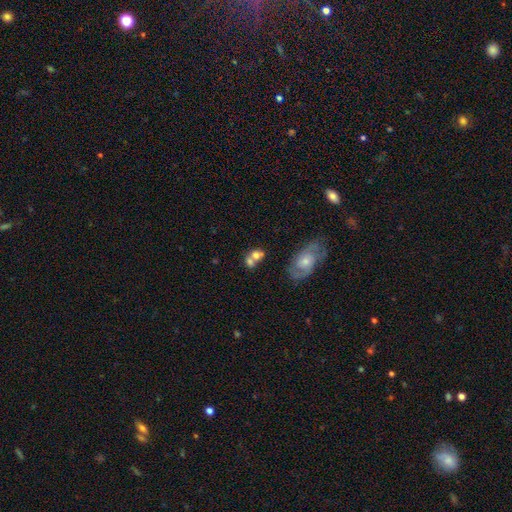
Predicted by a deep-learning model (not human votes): Q: Smooth or featured?
A: smooth (64%); runner-up: featured or disk (26%)
Q: How rounded?
A: in between (52%); runner-up: round (46%)
Q: Merging?
A: merger (55%); runner-up: none (29%)